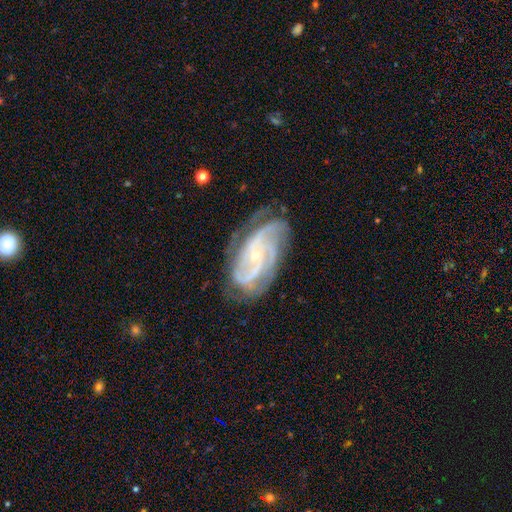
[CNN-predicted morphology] Overall: featured or disk (89%). Edge-on disk: no (96%). Bar: no (62%; weak 27%). Spiral arms: yes (97%). Spiral arm count: 3 (32%; 2 22%). Spiral winding: tight (48%; medium 42%). Bulge size: small (78%). Merging: none (65%).